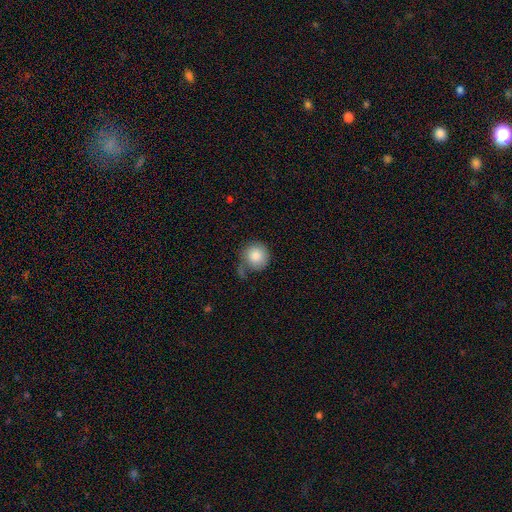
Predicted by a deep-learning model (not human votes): Overall: smooth (84%). How rounded: round (91%). Merging: none (56%; minor disturbance 23%).